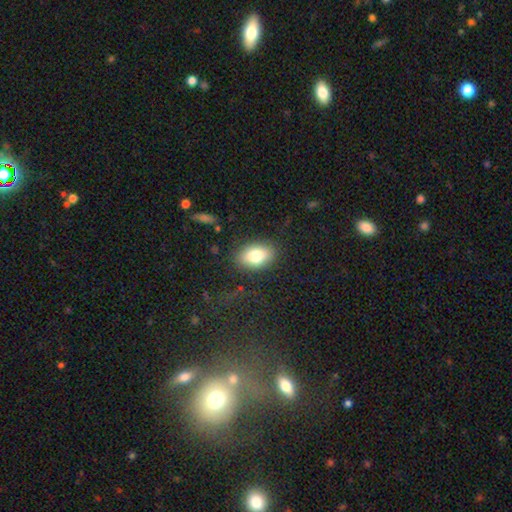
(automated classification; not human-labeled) Morphology: type=smooth (81%); roundness=in between (88%); merging=none (83%).